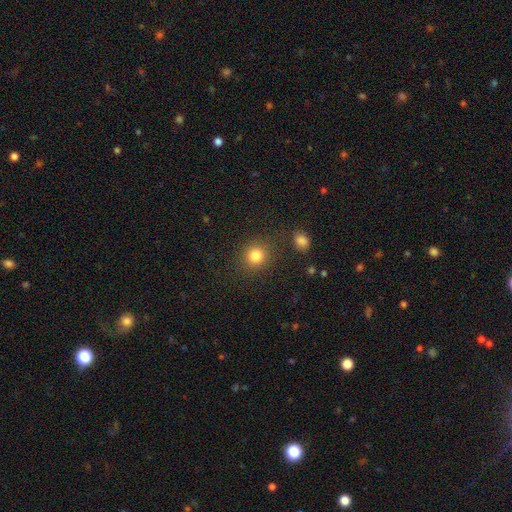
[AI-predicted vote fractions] This appears to be a smooth galaxy with no disk features (83%) that is round (88%). Merging: none (84%).